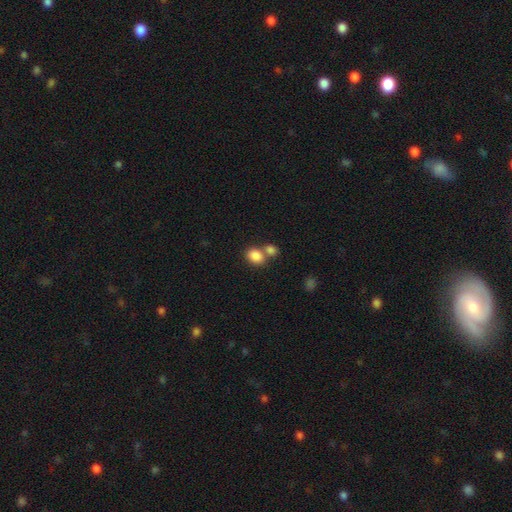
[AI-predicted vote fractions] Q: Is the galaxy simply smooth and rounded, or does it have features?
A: smooth — 85%.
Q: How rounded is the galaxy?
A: in between — 63%.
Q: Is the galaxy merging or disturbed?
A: none — 44%.